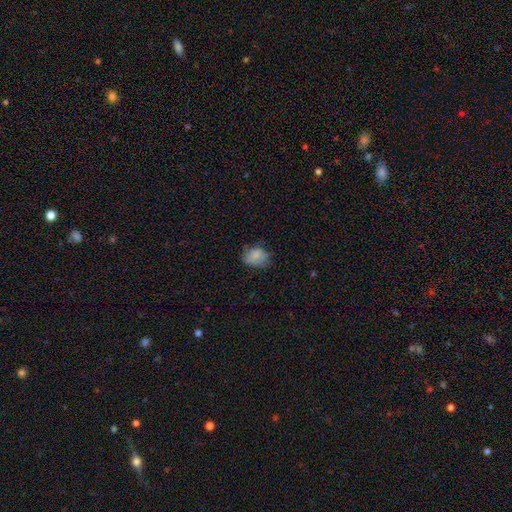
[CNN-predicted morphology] This appears to be a smooth galaxy with no disk features (76%) that is in between round and cigar-shaped (60%). Merging: none (59%).